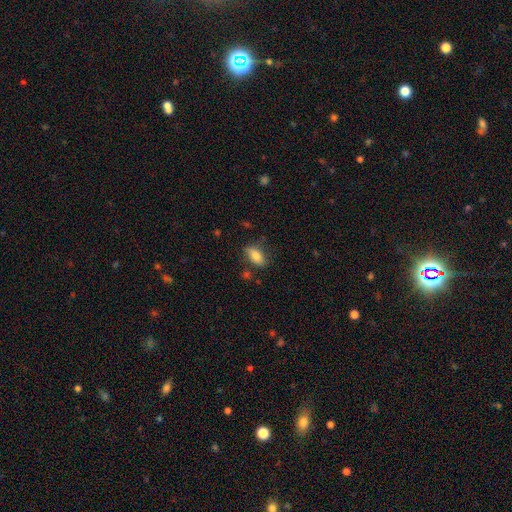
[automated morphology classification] Overall: smooth (79%). How rounded: in between (86%). Merging: none (73%).